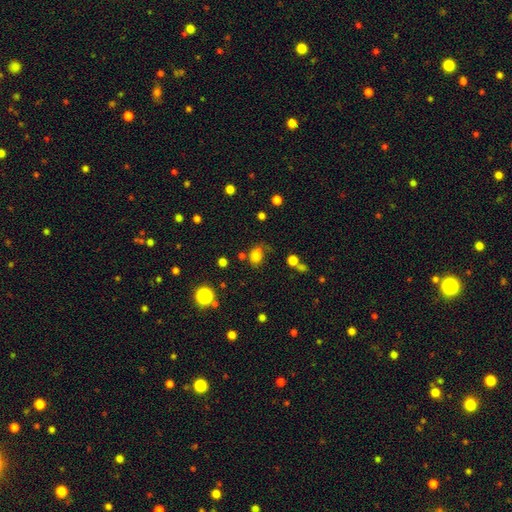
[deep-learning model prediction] Smooth or featured: smooth — 75% (star or artifact — 17%)
How rounded: in between — 54% (round — 44%)
Merging: none — 53% (minor disturbance — 25%)